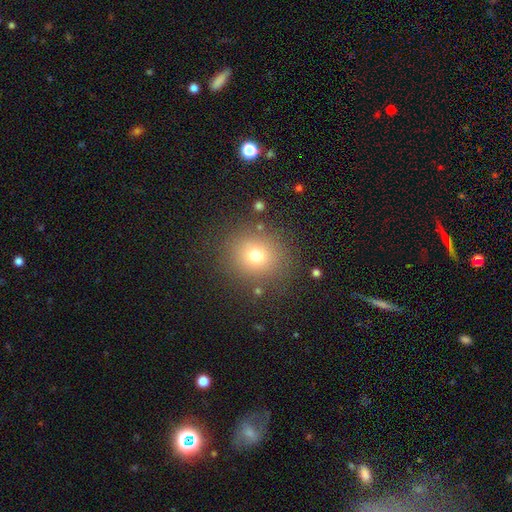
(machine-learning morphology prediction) Smooth or featured? Predicted: smooth (p=0.72). How rounded? Predicted: round (p=0.84). Merging? Predicted: none (p=0.85).